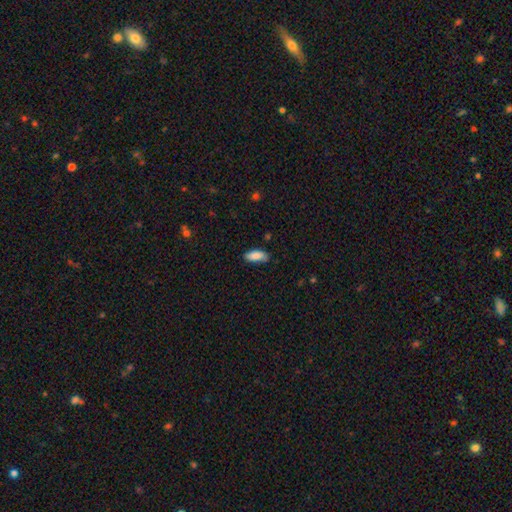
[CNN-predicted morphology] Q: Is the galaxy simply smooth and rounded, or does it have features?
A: smooth — 86%.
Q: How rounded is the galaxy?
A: in between — 83%.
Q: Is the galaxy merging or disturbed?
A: none — 71%.